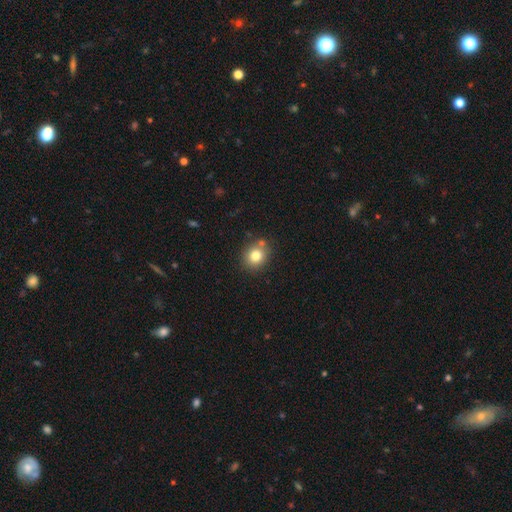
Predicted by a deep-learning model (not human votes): Q: Smooth or featured?
A: smooth (80%); runner-up: star or artifact (11%)
Q: How rounded?
A: round (74%); runner-up: in between (25%)
Q: Merging?
A: none (75%); runner-up: minor disturbance (12%)